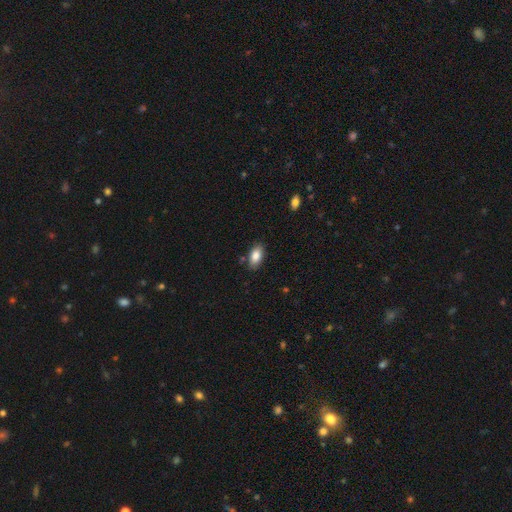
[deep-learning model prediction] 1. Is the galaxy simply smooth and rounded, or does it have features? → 84% smooth, 9% featured or disk, 7% star or artifact.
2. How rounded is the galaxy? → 92% in between, 4% round, 3% cigar-shaped.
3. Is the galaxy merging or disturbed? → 83% none, 12% minor disturbance, 2% major disturbance, 2% merger.